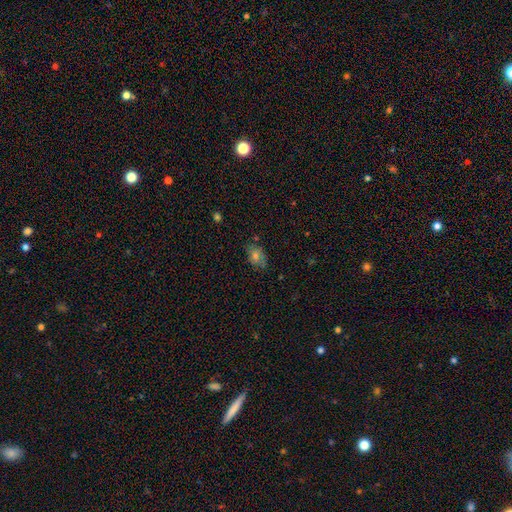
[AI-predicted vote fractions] Smooth or featured: smooth — 55% (featured or disk — 26%)
How rounded: in between — 67% (round — 31%)
Merging: none — 70% (minor disturbance — 21%)